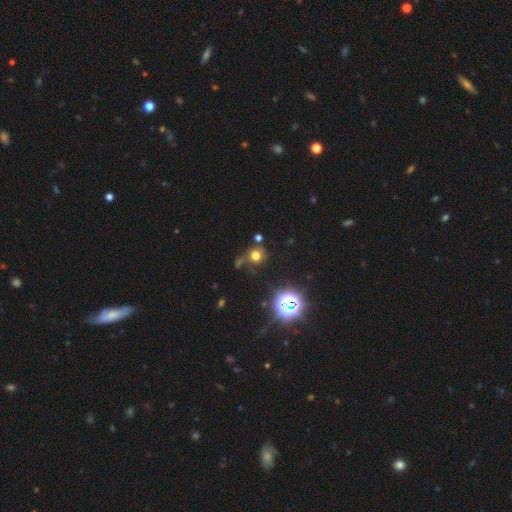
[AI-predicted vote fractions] Overall: smooth (67%). How rounded: round (88%). Merging: none (64%).